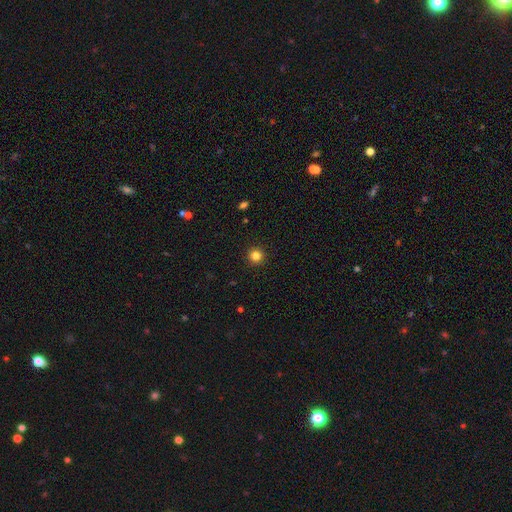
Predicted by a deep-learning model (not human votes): This appears to be a smooth galaxy with no disk features (83%) that is round (95%). Merging: none (93%).